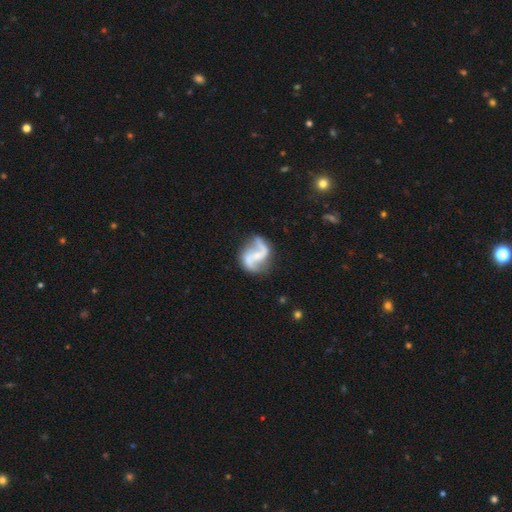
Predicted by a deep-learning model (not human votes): A featured or disk galaxy (87%) with a weak bar (40%), 2 (92%) loose (62%) spiral arms (95%) and a small central bulge (47%).

Vote fractions:
- Smooth or featured? featured or disk: 87% / smooth: 8% / star or artifact: 5%
- Edge-on disk? no: 98% / yes: 2%
- Bar? weak: 40% / no: 33% / strong: 27%
- Spiral arms? yes: 95% / no: 5%
- Spiral winding? loose: 62% / medium: 31% / tight: 7%
- Spiral arm count? 2: 92% / can't tell: 3% / 1: 2% / 3: 1% / 4: 1% / more than 4: 1%
- Bulge size? small: 47% / none: 27% / moderate: 23% / large: 2% / dominant: 1%
- Merging? none: 68% / minor disturbance: 18% / major disturbance: 10% / merger: 4%